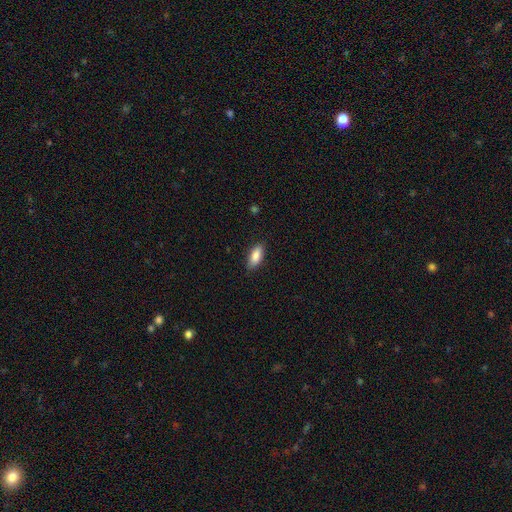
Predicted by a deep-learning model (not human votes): Smooth or featured: smooth — 86% (featured or disk — 8%)
How rounded: in between — 80% (cigar-shaped — 18%)
Merging: none — 85% (minor disturbance — 11%)